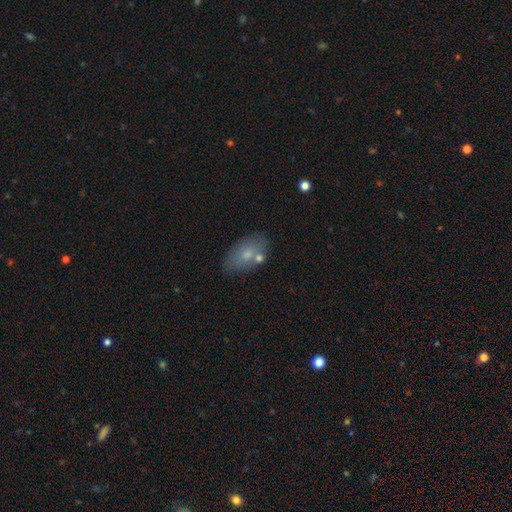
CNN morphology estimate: This appears to be a smooth galaxy with no disk features (73%) that is in between round and cigar-shaped (91%). Merging: none (62%).